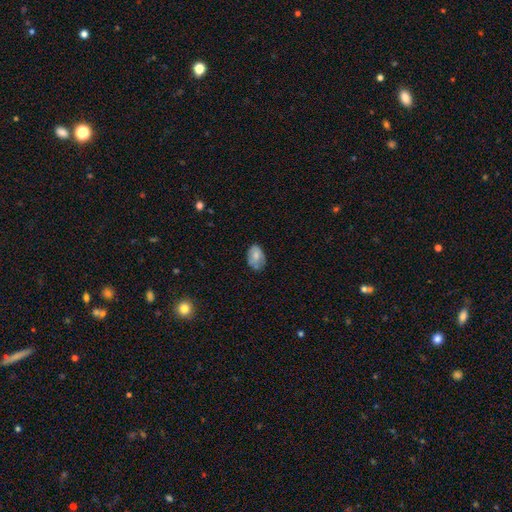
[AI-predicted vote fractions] This appears to be a smooth galaxy with no disk features (67%) that is in between round and cigar-shaped (83%). Merging: none (62%).